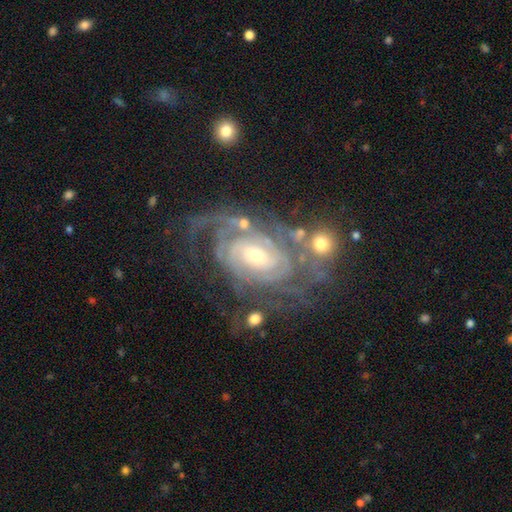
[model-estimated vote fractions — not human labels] Q: Smooth or featured?
A: featured or disk (89%); runner-up: star or artifact (6%)
Q: Edge-on disk?
A: no (97%); runner-up: yes (3%)
Q: Bar?
A: no (58%); runner-up: weak (31%)
Q: Spiral arms?
A: yes (96%); runner-up: no (4%)
Q: Spiral winding?
A: tight (70%); runner-up: medium (24%)
Q: Spiral arm count?
A: can't tell (32%); runner-up: 2 (20%)
Q: Bulge size?
A: small (53%); runner-up: moderate (41%)
Q: Merging?
A: none (52%); runner-up: minor disturbance (18%)